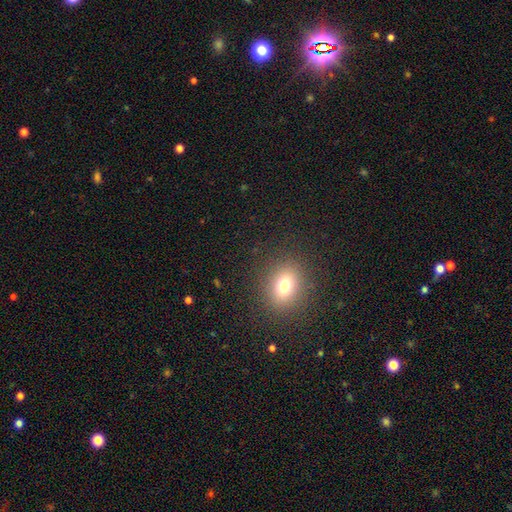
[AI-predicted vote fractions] Morphology: type=smooth (67%); roundness=round (54%); merging=none (92%).